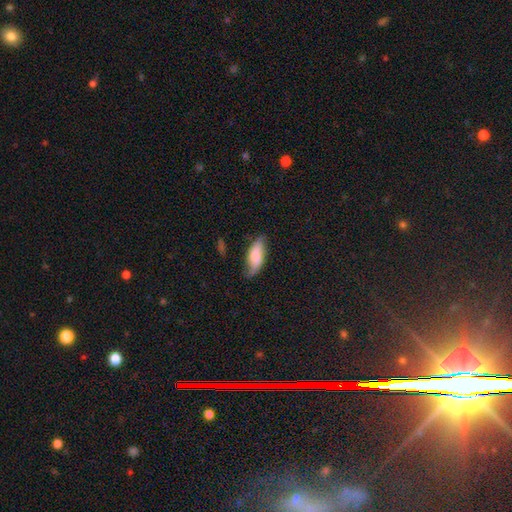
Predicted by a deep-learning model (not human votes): Smooth or featured? Predicted: smooth (p=0.64). How rounded? Predicted: in between (p=0.76). Merging? Predicted: none (p=0.61).